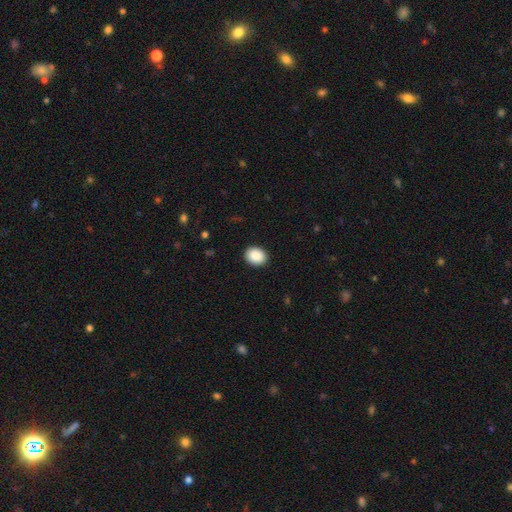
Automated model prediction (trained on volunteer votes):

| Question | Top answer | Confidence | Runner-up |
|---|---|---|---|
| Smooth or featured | smooth | 90% | star or artifact (7%) |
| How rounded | round | 50% | in between (49%) |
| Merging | none | 91% | minor disturbance (6%) |